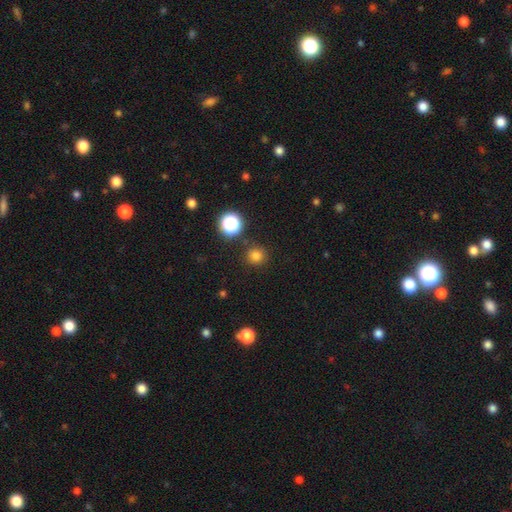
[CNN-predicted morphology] The model was most divided on "smooth or featured": smooth: 77%, star or artifact: 18%, featured or disk: 5%. More confident: how rounded — round (94%); merging — none (88%).